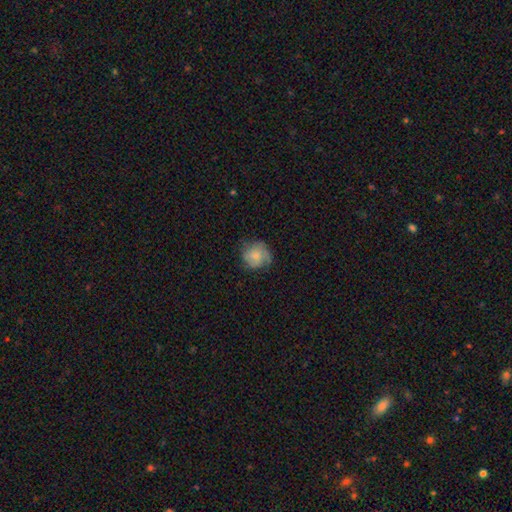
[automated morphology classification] A smooth galaxy with no disk features (64%) that is round (84%). Merging: none (62%).